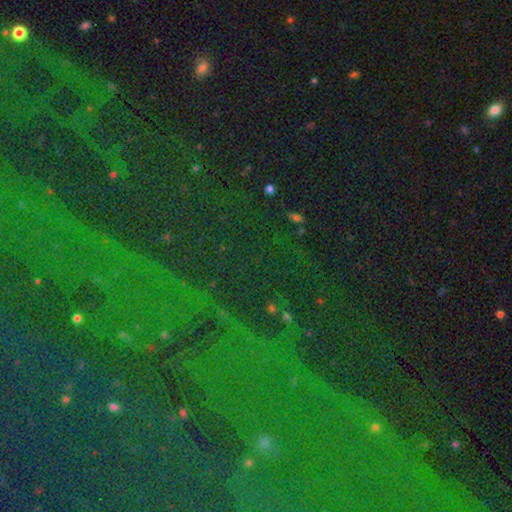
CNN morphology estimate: Q: Smooth or featured?
A: star or artifact (82%); runner-up: smooth (10%)